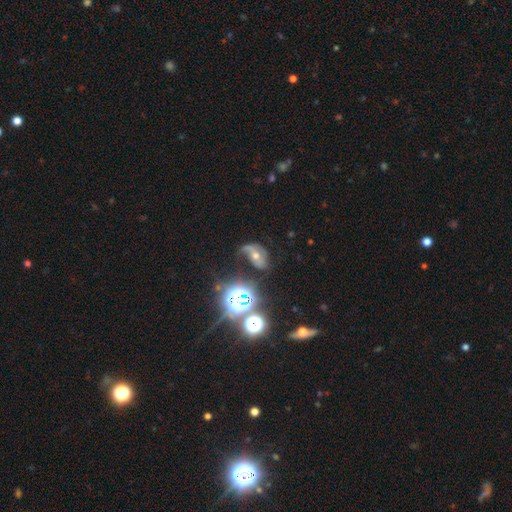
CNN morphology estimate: A featured or disk galaxy (52%). Merging: none (44%).